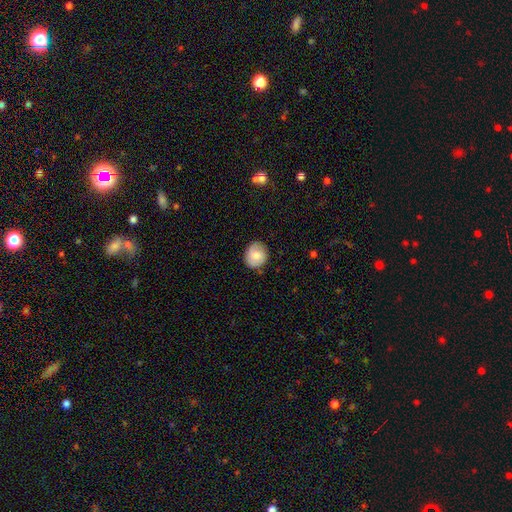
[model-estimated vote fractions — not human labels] Smooth or featured? smooth (74%)
How rounded? round (71%)
Merging? none (80%)